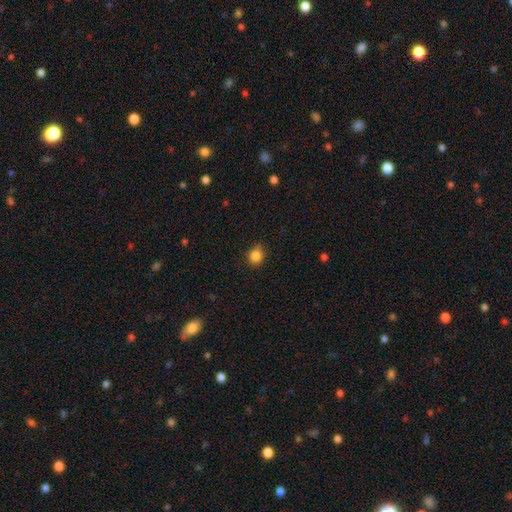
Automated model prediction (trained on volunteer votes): Q: Smooth or featured?
A: smooth (85%); runner-up: star or artifact (11%)
Q: How rounded?
A: round (74%); runner-up: in between (25%)
Q: Merging?
A: none (85%); runner-up: minor disturbance (11%)